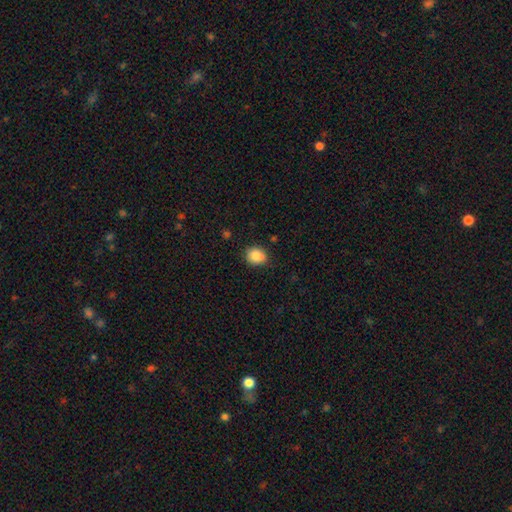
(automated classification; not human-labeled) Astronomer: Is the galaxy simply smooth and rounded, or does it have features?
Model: smooth — 86%.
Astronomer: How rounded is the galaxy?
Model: round — 57% (runner-up: in between, 42%).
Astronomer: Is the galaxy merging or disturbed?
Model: none — 80%.